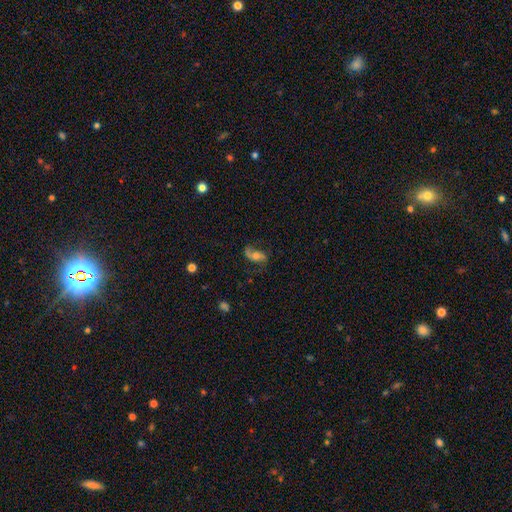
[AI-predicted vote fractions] Smooth or featured? featured or disk (65%)
Edge-on disk? no (95%)
Bar? no (53%)
Spiral arms? yes (90%)
Spiral winding? loose (64%)
Spiral arm count? 2 (79%)
Bulge size? moderate (50%)
Merging? none (60%)